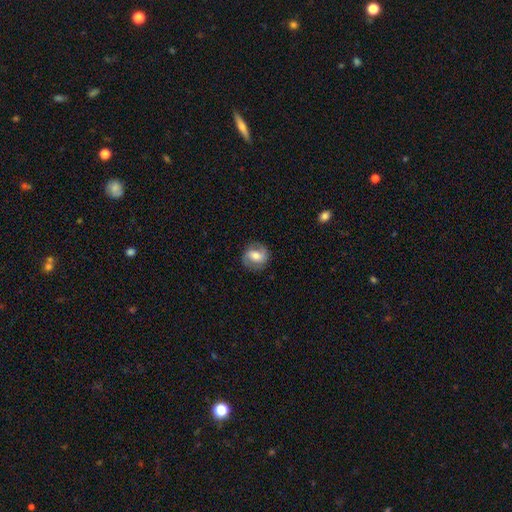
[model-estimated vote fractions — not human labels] Q: Smooth or featured?
A: featured or disk (53%); runner-up: smooth (39%)
Q: Edge-on disk?
A: no (96%); runner-up: yes (4%)
Q: Bar?
A: weak (42%); runner-up: no (31%)
Q: Spiral arms?
A: yes (81%); runner-up: no (19%)
Q: Bulge size?
A: moderate (64%); runner-up: small (21%)
Q: Merging?
A: none (82%); runner-up: minor disturbance (12%)